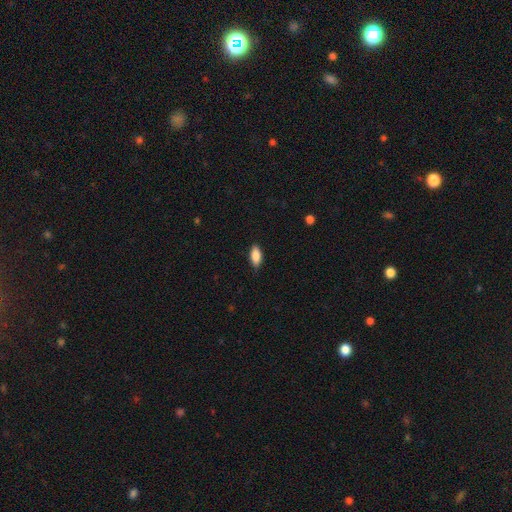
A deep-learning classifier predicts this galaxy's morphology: This appears to be a smooth galaxy with no disk features (88%) that is in between round and cigar-shaped (87%). Merging: none (86%).